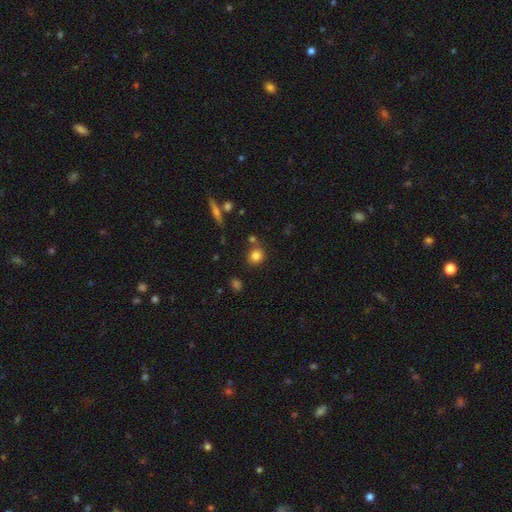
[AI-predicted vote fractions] smooth_or_featured: smooth (p=0.82) [alt: star or artifact p=0.11]
how_rounded: round (p=0.81) [alt: in between p=0.18]
merging: none (p=0.73) [alt: merger p=0.12]